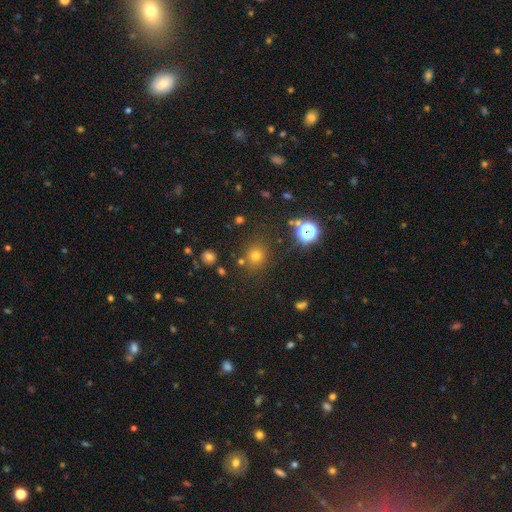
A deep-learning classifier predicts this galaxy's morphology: Overall: smooth (67%). How rounded: round (83%). Merging: none (83%).